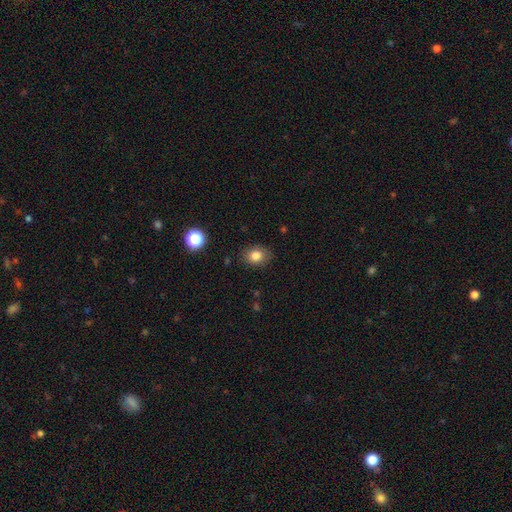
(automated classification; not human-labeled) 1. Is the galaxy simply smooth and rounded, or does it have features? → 82% smooth, 11% star or artifact, 7% featured or disk.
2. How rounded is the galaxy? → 51% in between, 48% round, 1% cigar-shaped.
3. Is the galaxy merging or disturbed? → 84% none, 12% minor disturbance, 3% major disturbance, 1% merger.